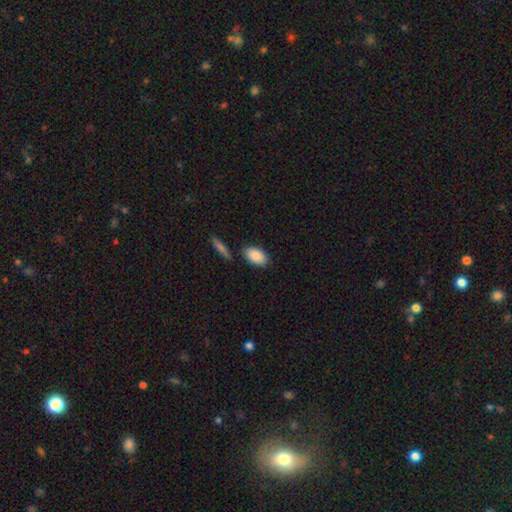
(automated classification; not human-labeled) A smooth galaxy with no disk features (88%) that is in between round and cigar-shaped (93%).

Vote fractions:
- Smooth or featured? smooth: 88% / star or artifact: 6% / featured or disk: 6%
- How rounded? in between: 93% / round: 4% / cigar-shaped: 3%
- Merging? none: 78% / minor disturbance: 11% / merger: 7% / major disturbance: 3%